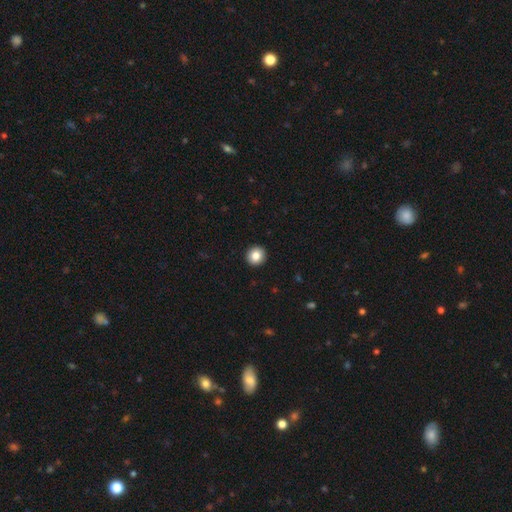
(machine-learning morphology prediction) Q: Smooth or featured?
A: smooth (84%); runner-up: star or artifact (9%)
Q: How rounded?
A: round (92%); runner-up: in between (7%)
Q: Merging?
A: none (94%); runner-up: minor disturbance (4%)